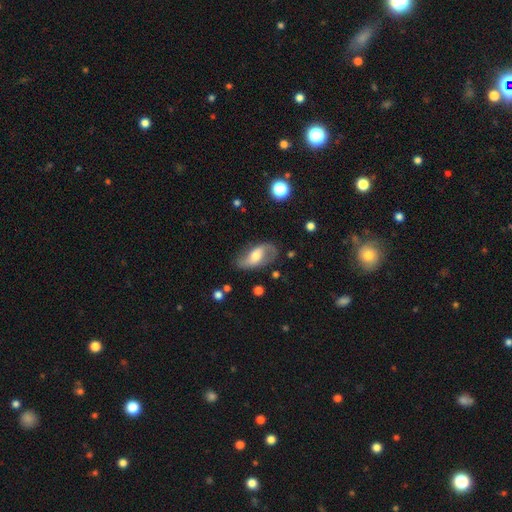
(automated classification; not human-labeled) The model was most divided on "bar" (2-way tie): no: 40%, weak: 40%, strong: 20%. More confident: edge-on disk — no (92%); spiral arms — yes (87%); spiral arm count — 2 (86%); merging — none (69%); smooth or featured — featured or disk (68%); spiral winding — loose (64%); bulge size — moderate (59%).